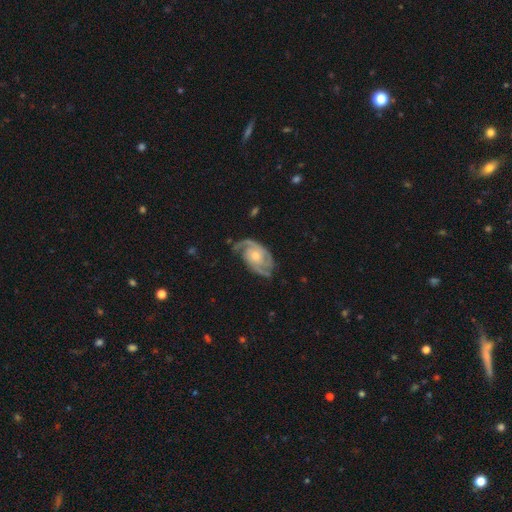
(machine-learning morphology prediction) Overall: featured or disk (89%). Edge-on disk: no (97%). Bar: no (70%). Spiral arms: yes (97%). Spiral arm count: 2 (63%). Spiral winding: tight (45%; medium 43%). Bulge size: moderate (56%; small 38%). Merging: none (70%).